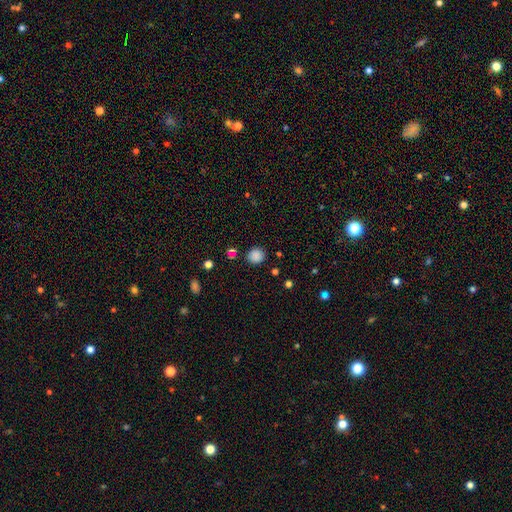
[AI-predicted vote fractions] Morphology: type=smooth (85%); roundness=round (88%); merging=none (86%).